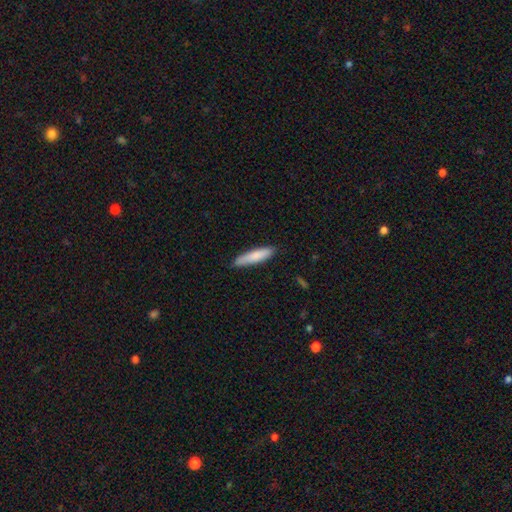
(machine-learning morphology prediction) A smooth galaxy with no disk features (82%) that is cigar-shaped (81%). Merging: none (84%).